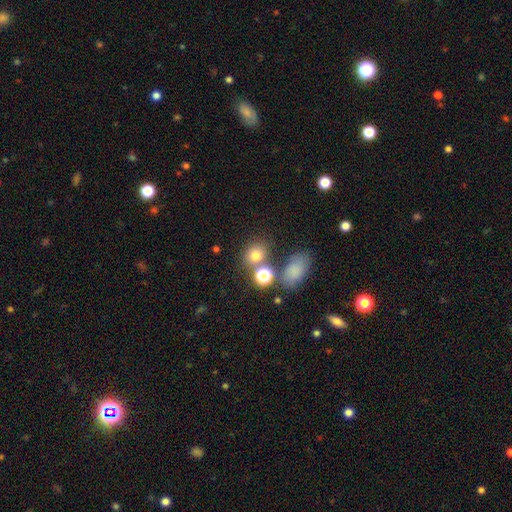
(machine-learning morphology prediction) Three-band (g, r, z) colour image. It shows a smooth galaxy with no disk features (74%) that is round (63%). Merging: none (62%).